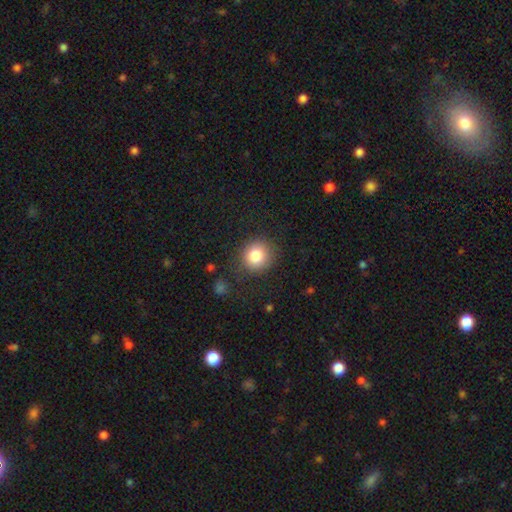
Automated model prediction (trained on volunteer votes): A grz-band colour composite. It shows a smooth galaxy with no disk features (82%) that is round (88%). Merging: none (85%).